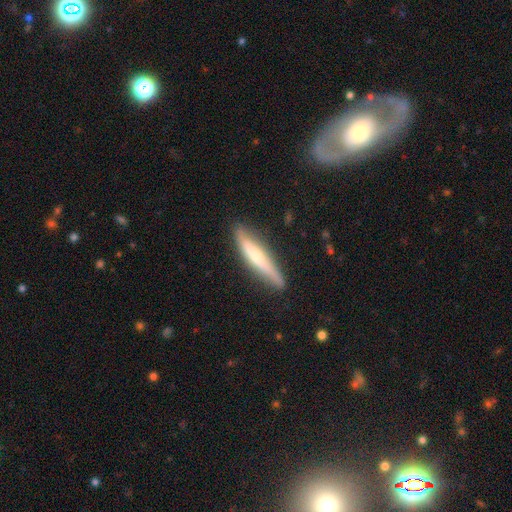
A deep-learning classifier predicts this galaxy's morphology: smooth_or_featured: smooth (p=0.50) [alt: featured or disk p=0.44]
how_rounded: cigar-shaped (p=0.89) [alt: in between p=0.10]
merging: none (p=0.82) [alt: minor disturbance p=0.14]